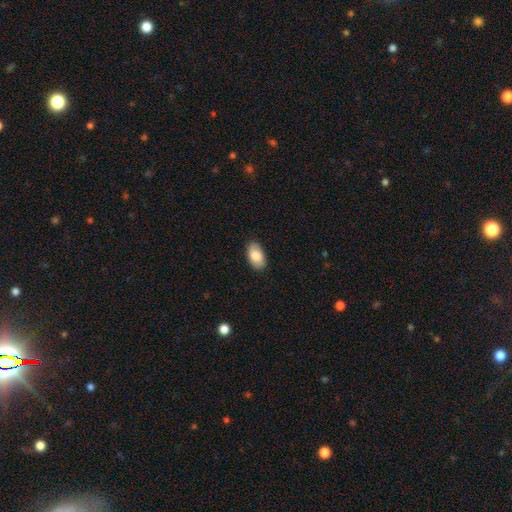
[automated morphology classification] Smooth or featured?
  - smooth: 85% *
  - featured or disk: 9%
  - star or artifact: 6%
How rounded?
  - in between: 94% *
  - round: 4%
  - cigar-shaped: 2%
Merging?
  - none: 85% *
  - minor disturbance: 12%
  - major disturbance: 2%
  - merger: 1%